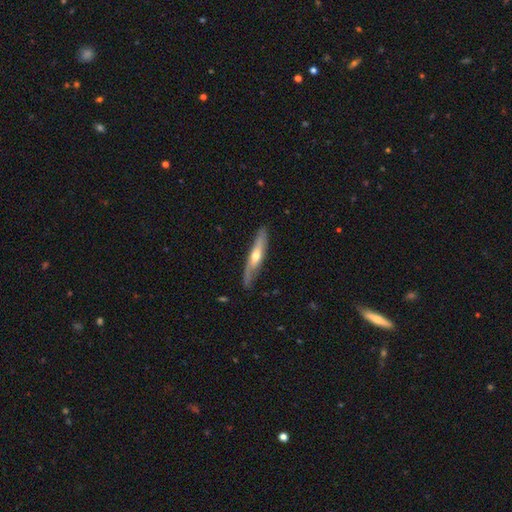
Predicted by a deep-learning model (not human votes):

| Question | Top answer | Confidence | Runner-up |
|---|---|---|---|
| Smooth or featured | featured or disk | 56% | smooth (39%) |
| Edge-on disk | yes | 71% | no (29%) |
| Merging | none | 76% | minor disturbance (18%) |